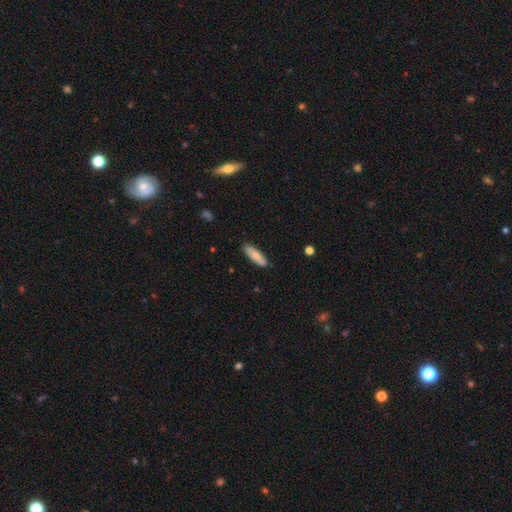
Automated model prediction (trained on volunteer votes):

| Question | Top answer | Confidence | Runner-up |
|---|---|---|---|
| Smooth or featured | smooth | 81% | featured or disk (14%) |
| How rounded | cigar-shaped | 57% | in between (42%) |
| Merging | none | 84% | minor disturbance (12%) |